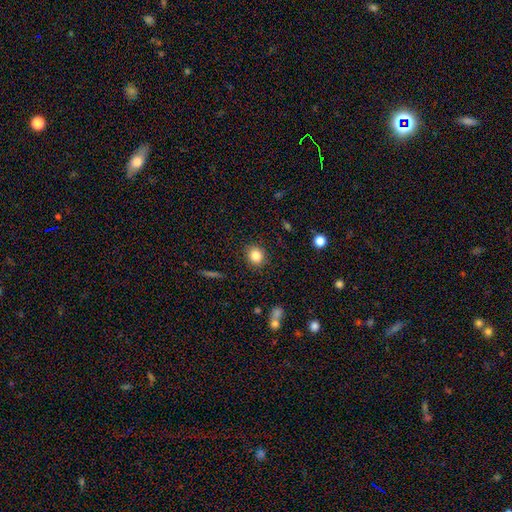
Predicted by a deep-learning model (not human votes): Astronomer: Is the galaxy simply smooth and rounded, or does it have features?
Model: smooth — 84%.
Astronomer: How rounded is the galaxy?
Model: round — 77%.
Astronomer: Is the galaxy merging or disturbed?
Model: none — 88%.